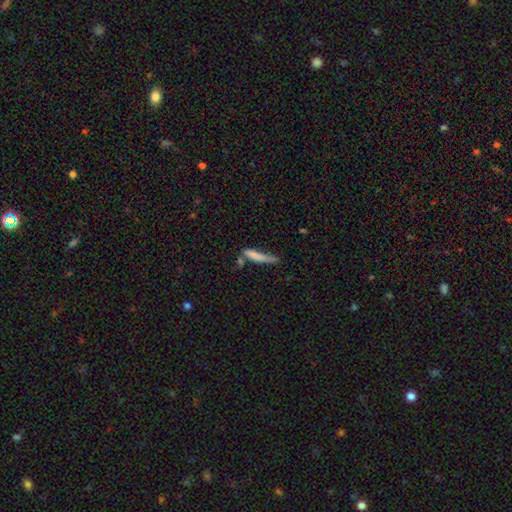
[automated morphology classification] smooth_or_featured: smooth (p=0.71) [alt: featured or disk p=0.21]
how_rounded: cigar-shaped (p=0.85) [alt: in between p=0.13]
merging: none (p=0.40) [alt: minor disturbance p=0.25]